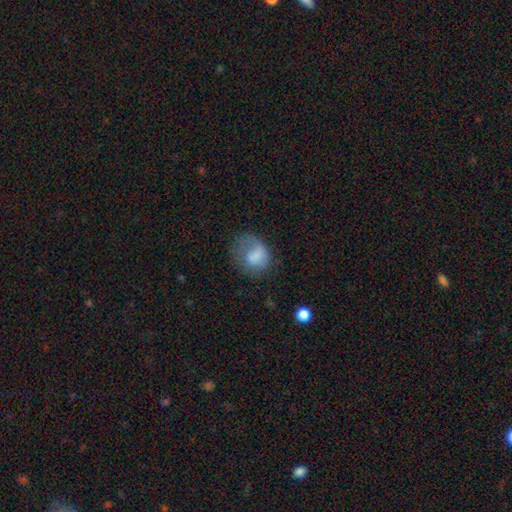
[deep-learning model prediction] The model was most divided on "merging": major disturbance: 37%, none: 34%, minor disturbance: 26%, merger: 2%. More confident: smooth or featured — smooth (71%); how rounded — round (52%).